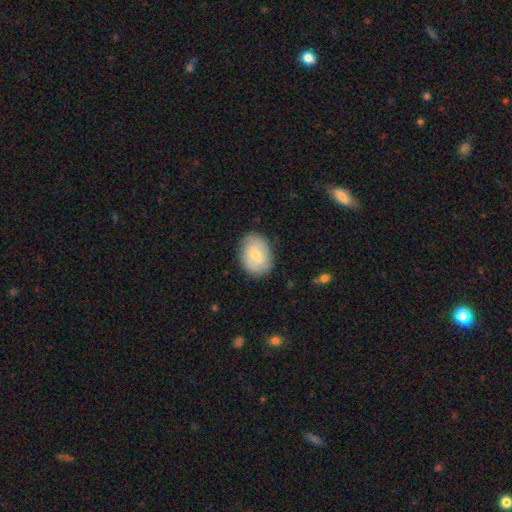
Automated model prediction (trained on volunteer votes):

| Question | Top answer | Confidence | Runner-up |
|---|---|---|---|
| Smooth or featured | smooth | 55% | featured or disk (39%) |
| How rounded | in between | 71% | round (28%) |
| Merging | none | 81% | minor disturbance (14%) |